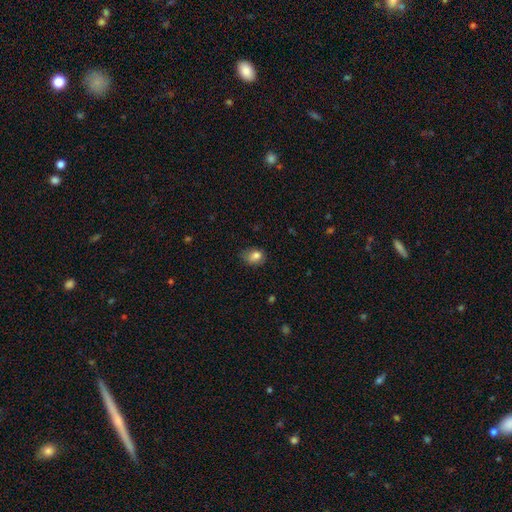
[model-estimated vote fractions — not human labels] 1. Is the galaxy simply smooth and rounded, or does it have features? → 80% smooth, 10% featured or disk, 10% star or artifact.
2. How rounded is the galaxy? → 60% in between, 39% round, 1% cigar-shaped.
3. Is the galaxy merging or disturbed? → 56% none, 32% minor disturbance, 10% major disturbance, 2% merger.